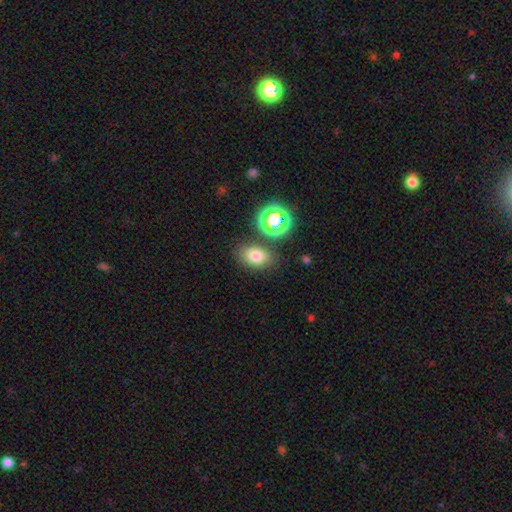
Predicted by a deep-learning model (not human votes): Q: Smooth or featured?
A: smooth (73%); runner-up: star or artifact (17%)
Q: How rounded?
A: in between (76%); runner-up: round (23%)
Q: Merging?
A: none (78%); runner-up: minor disturbance (11%)